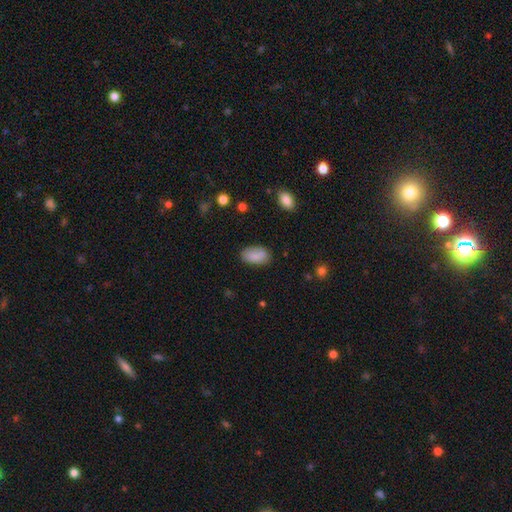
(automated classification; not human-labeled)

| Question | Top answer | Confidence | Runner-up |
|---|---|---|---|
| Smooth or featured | smooth | 84% | featured or disk (8%) |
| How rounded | in between | 94% | round (4%) |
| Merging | none | 76% | minor disturbance (17%) |